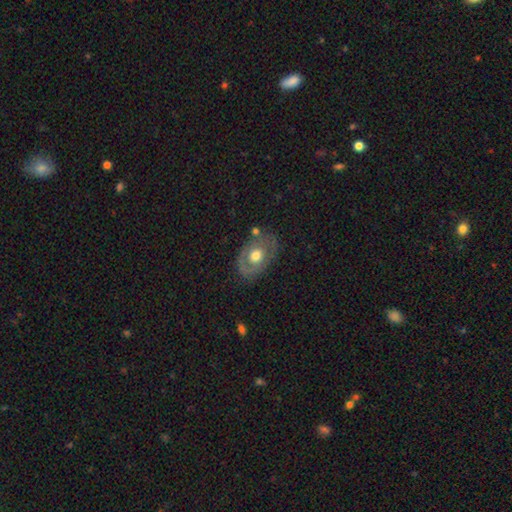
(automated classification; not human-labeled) smooth-or-featured: featured or disk: 53% | smooth: 40% | star or artifact: 7%
  disk-edge-on: no: 93% | yes: 7%
  merging: none: 67% | minor disturbance: 20% | major disturbance: 8% | merger: 4%